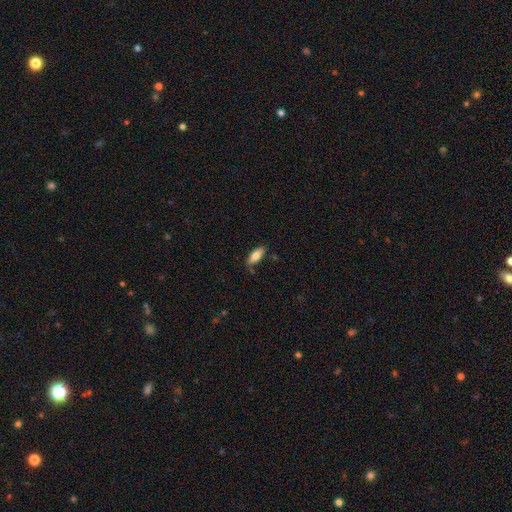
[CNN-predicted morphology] smooth-or-featured: smooth: 77% | featured or disk: 16% | star or artifact: 6%
  how-rounded: in between: 79% | cigar-shaped: 19% | round: 2%
  merging: none: 76% | minor disturbance: 18% | major disturbance: 3% | merger: 3%